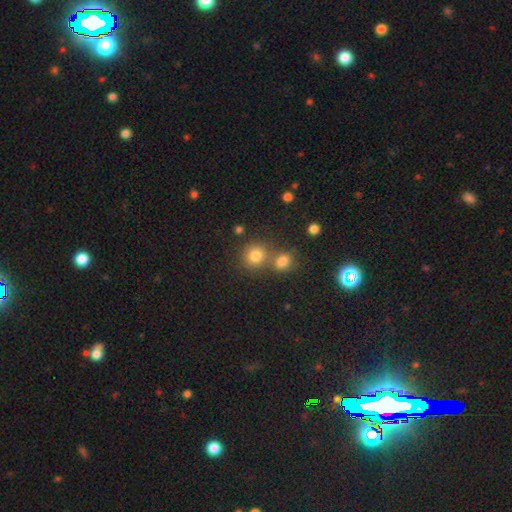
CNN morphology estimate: This is likely a smooth galaxy (79%). How rounded: clearly round (86%). Merging: possibly none (58%).